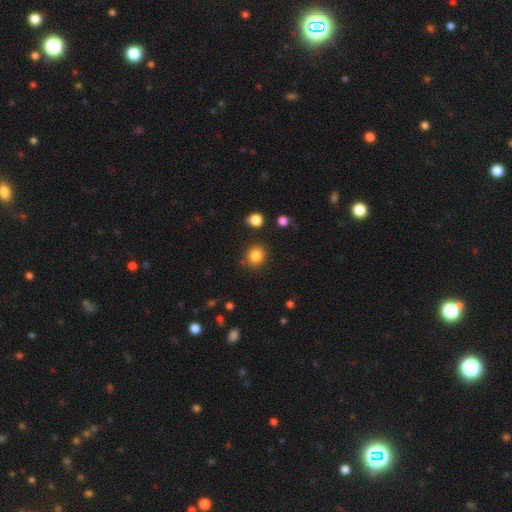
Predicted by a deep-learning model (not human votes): smooth 83%, star or artifact 11%, featured or disk 5%. Down the decision tree: how rounded — round (84%); merging — none (85%).